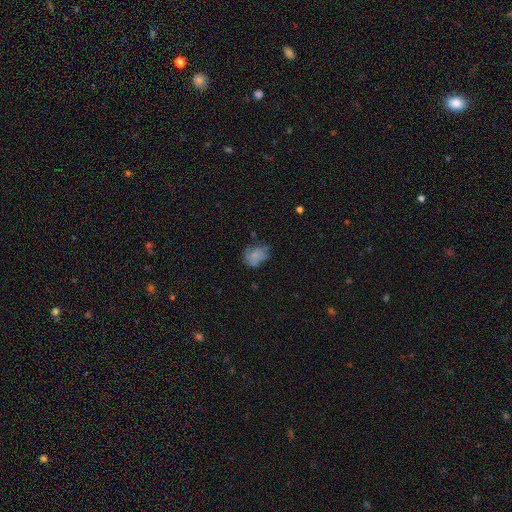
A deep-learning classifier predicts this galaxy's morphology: Smooth or featured? Predicted: smooth (p=0.59). How rounded? Predicted: in between (p=0.57). Merging? Predicted: none (p=0.47).